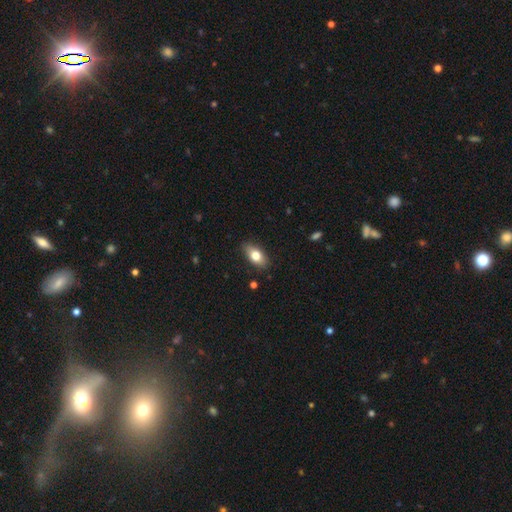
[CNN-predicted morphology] Smooth or featured? smooth (76%)
How rounded? in between (87%)
Merging? none (85%)